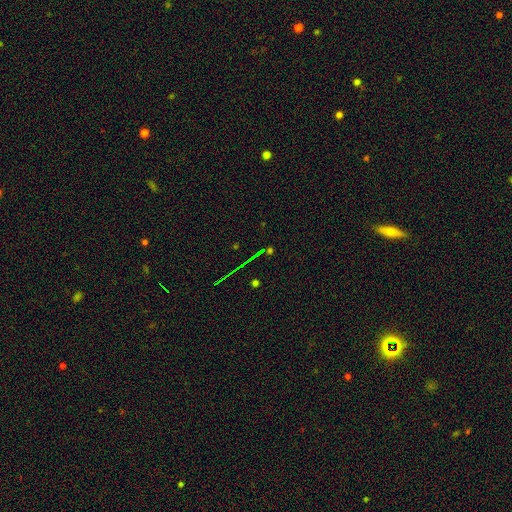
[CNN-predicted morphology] This is likely a star or artifact rather than a galaxy (70%).